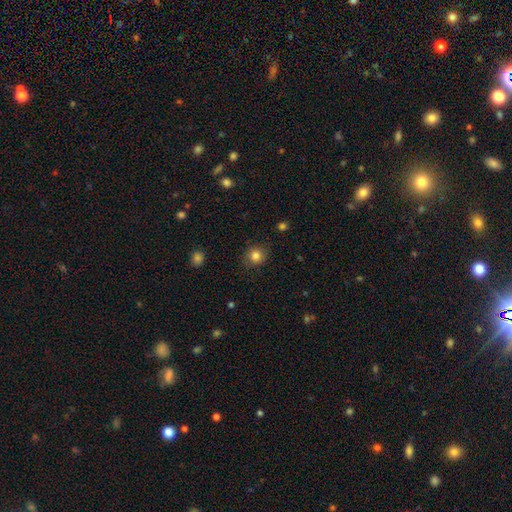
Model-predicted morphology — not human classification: Smooth or featured? Predicted: smooth (p=0.83). How rounded? Predicted: round (p=0.84). Merging? Predicted: none (p=0.85).